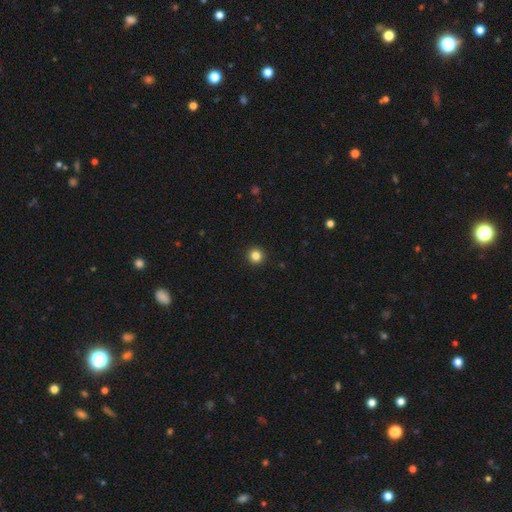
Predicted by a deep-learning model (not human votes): smooth 83%, star or artifact 12%, featured or disk 5%. Down the decision tree: how rounded — round (95%); merging — none (94%).